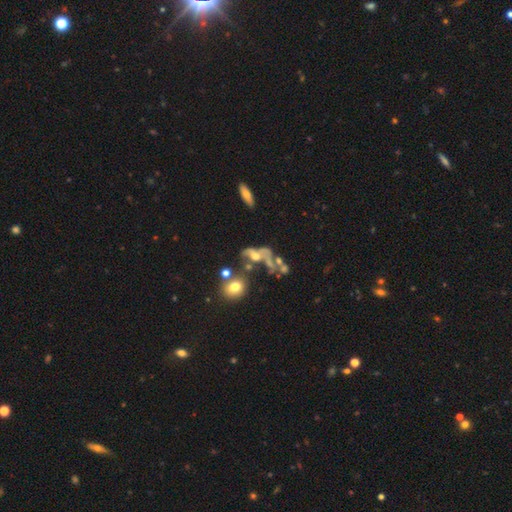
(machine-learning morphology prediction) A featured or disk galaxy (50%).

Vote fractions:
- Smooth or featured? featured or disk: 50% / smooth: 35% / star or artifact: 16%
- Merging? merger: 37% / major disturbance: 32% / none: 19% / minor disturbance: 12%